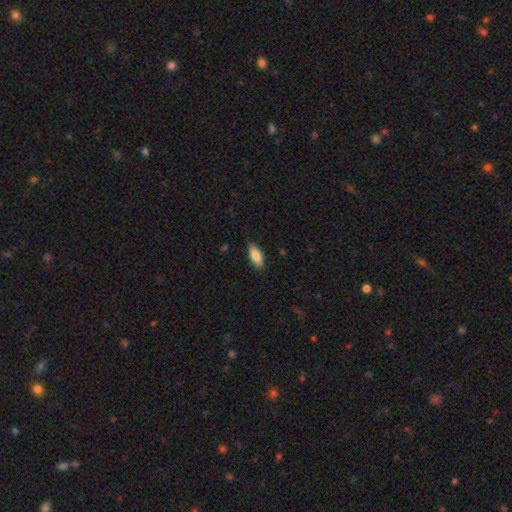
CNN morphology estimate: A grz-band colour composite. It shows a smooth galaxy with no disk features (82%) that is in between round and cigar-shaped (75%). Merging: none (85%).